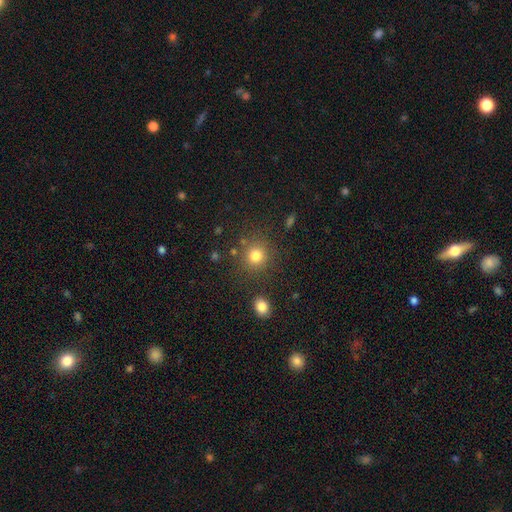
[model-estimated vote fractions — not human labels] A smooth galaxy with no disk features (80%) that is round (90%).

Vote fractions:
- Smooth or featured? smooth: 80% / star or artifact: 14% / featured or disk: 6%
- How rounded? round: 90% / in between: 9% / cigar-shaped: 1%
- Merging? none: 83% / minor disturbance: 9% / merger: 5% / major disturbance: 4%